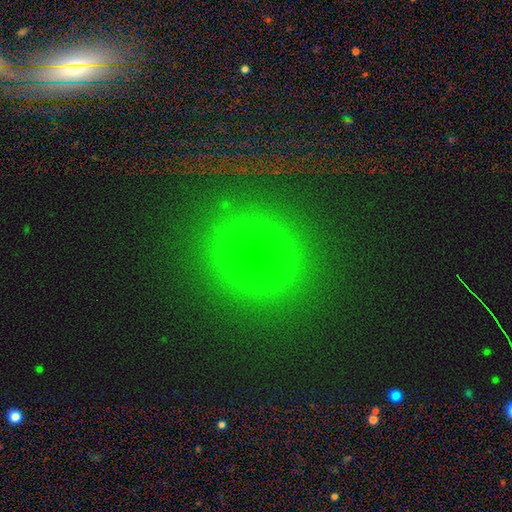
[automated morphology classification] Smooth or featured?
  - smooth: 61% *
  - star or artifact: 29%
  - featured or disk: 10%
How rounded?
  - round: 88% *
  - in between: 11%
  - cigar-shaped: 1%
Merging?
  - none: 85% *
  - minor disturbance: 7%
  - major disturbance: 5%
  - merger: 3%